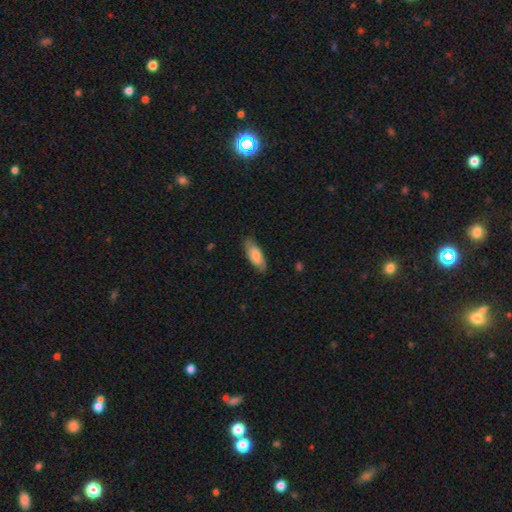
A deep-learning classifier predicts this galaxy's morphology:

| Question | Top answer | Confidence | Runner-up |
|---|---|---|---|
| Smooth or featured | smooth | 68% | featured or disk (26%) |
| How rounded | in between | 76% | cigar-shaped (22%) |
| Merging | none | 80% | minor disturbance (15%) |